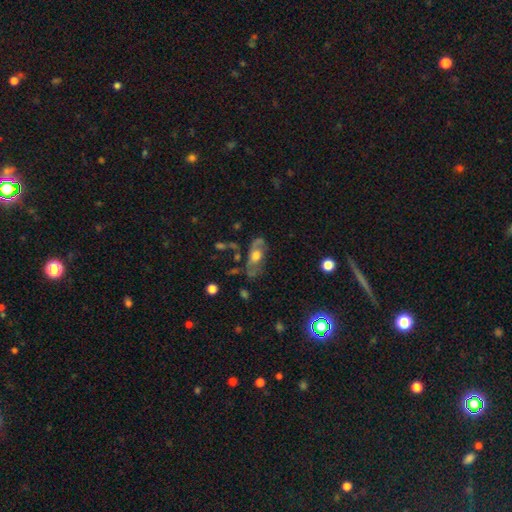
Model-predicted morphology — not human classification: Overall: featured or disk (51%; smooth 40%). Edge-on disk: no (85%). Merging: none (50%; minor disturbance 25%).